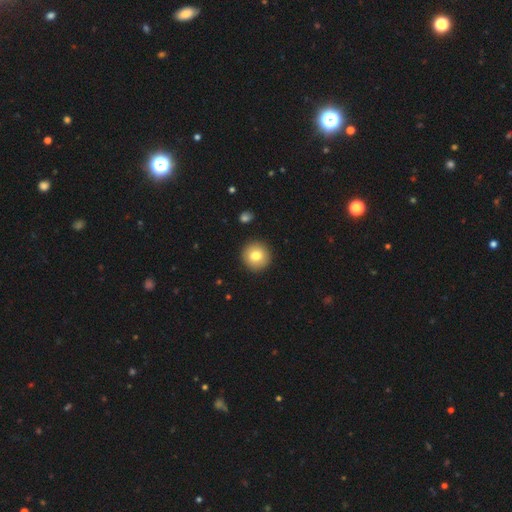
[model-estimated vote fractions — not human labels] Smooth or featured: smooth — 79% (featured or disk — 12%)
How rounded: round — 95% (in between — 4%)
Merging: none — 92% (minor disturbance — 5%)